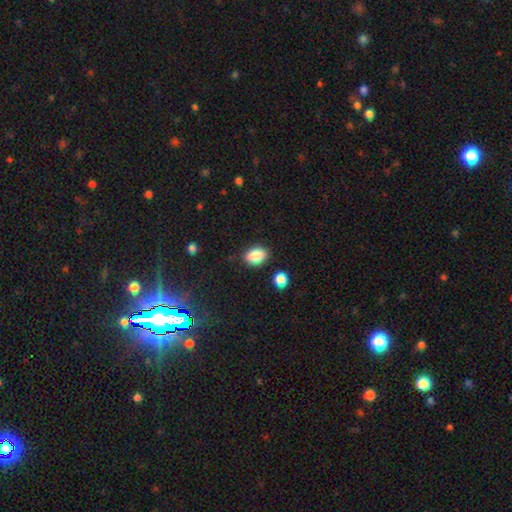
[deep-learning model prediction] This appears to be a smooth galaxy with no disk features (86%) that is in between round and cigar-shaped (73%). Merging: none (79%).